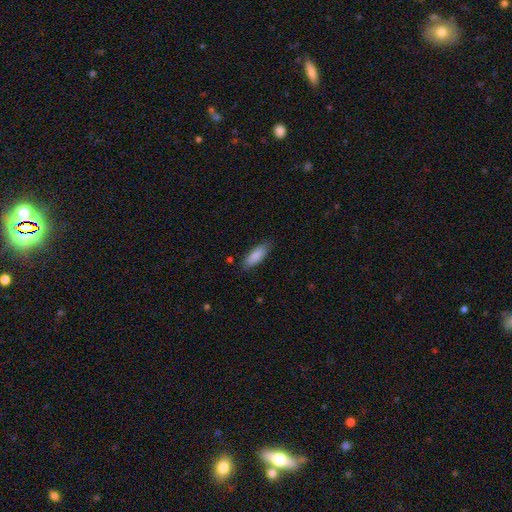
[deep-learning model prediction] A smooth galaxy with no disk features (87%) that is in between round and cigar-shaped (73%).

Vote fractions:
- Smooth or featured? smooth: 87% / featured or disk: 7% / star or artifact: 6%
- How rounded? in between: 73% / cigar-shaped: 25% / round: 2%
- Merging? none: 80% / minor disturbance: 15% / major disturbance: 3% / merger: 1%